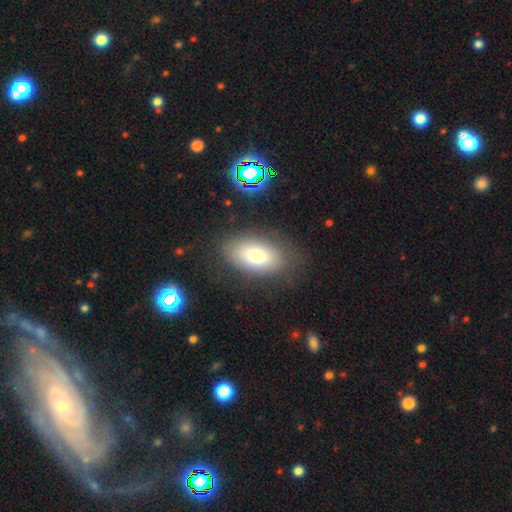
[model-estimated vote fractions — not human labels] This is likely a smooth galaxy (75%). How rounded: clearly in between (91%). Merging: likely none (78%).